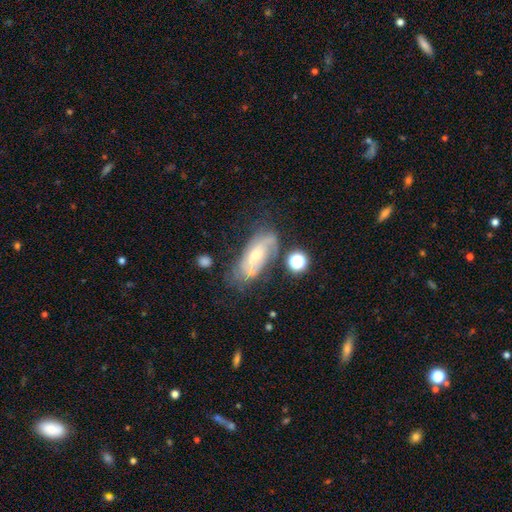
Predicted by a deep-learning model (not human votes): Smooth or featured?
  - featured or disk: 68% *
  - smooth: 24%
  - star or artifact: 8%
Edge-on disk?
  - no: 90% *
  - yes: 10%
Bar?
  - no: 61% *
  - weak: 32%
  - strong: 7%
Spiral arms?
  - yes: 84% *
  - no: 16%
Spiral winding?
  - tight: 43% *
  - medium: 40%
  - loose: 18%
Spiral arm count?
  - 2: 44% *
  - can't tell: 36%
  - 1: 11%
  - 3: 6%
  - 4: 2%
  - more than 4: 2%
Bulge size?
  - moderate: 47% *
  - small: 46%
  - large: 4%
  - none: 2%
  - dominant: 1%
Merging?
  - none: 54% *
  - minor disturbance: 24%
  - major disturbance: 13%
  - merger: 8%